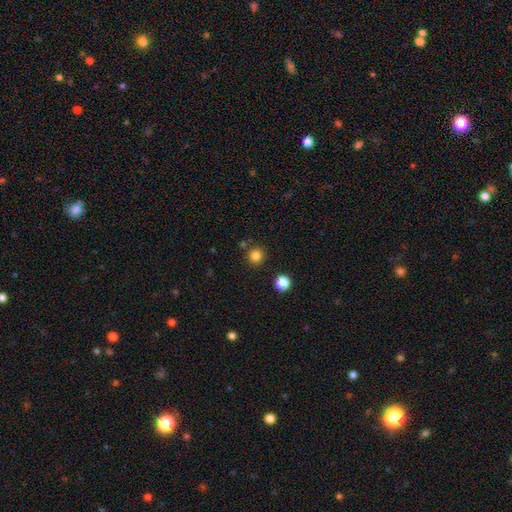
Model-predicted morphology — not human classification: A smooth galaxy with no disk features (83%) that is round (94%). Merging: none (87%).